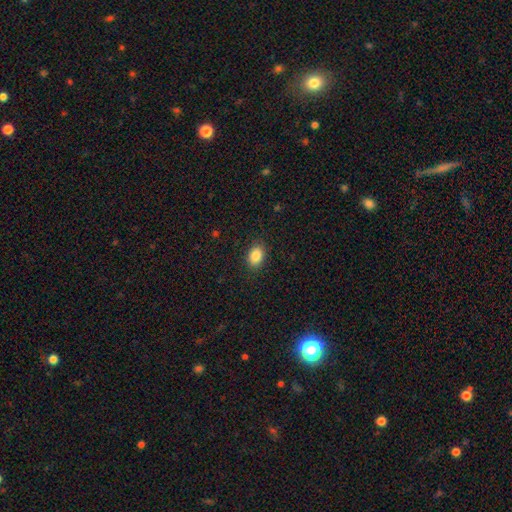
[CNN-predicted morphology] type=smooth (86%); roundness=in between (82%); merging=none (88%).